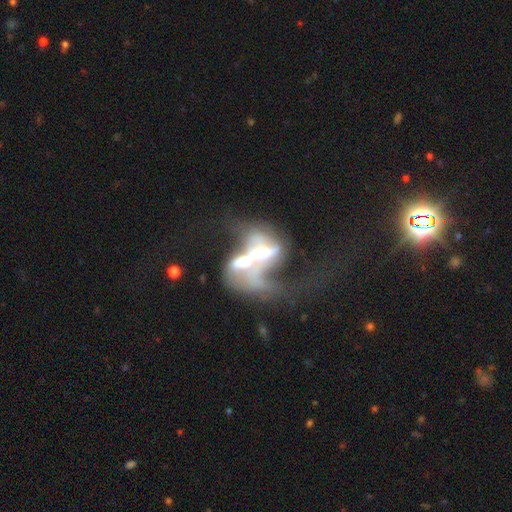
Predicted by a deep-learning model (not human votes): Smooth or featured? featured or disk (71%)
Edge-on disk? no (93%)
Bar? no (56%)
Spiral arms? yes (55%)
Bulge size? moderate (56%)
Merging? merger (73%)